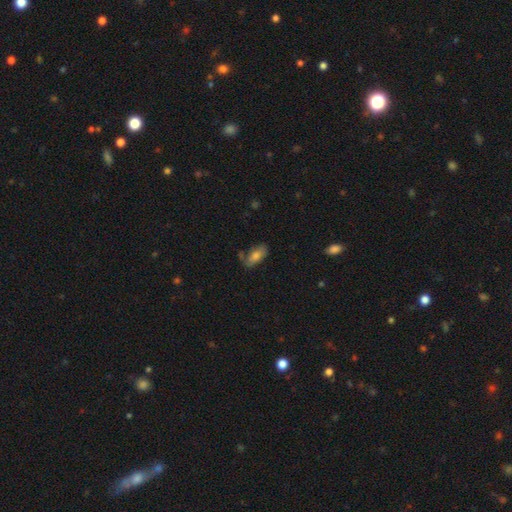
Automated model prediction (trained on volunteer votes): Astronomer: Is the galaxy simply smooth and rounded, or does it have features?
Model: smooth — 70%.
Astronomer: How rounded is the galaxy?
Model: in between — 85%.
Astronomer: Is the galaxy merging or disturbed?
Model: none — 58%.